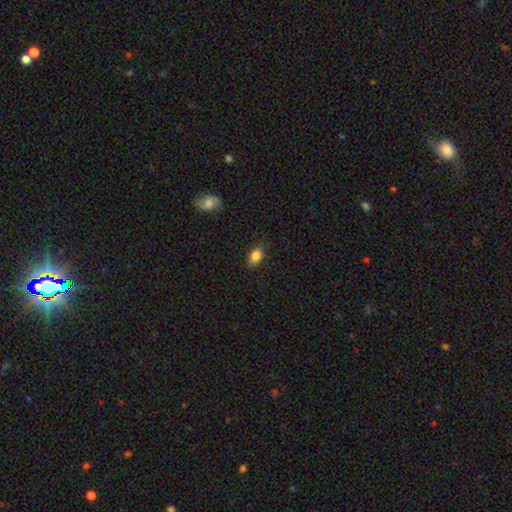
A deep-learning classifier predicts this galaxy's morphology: This is clearly a smooth galaxy (85%). How rounded: clearly in between (83%). Merging: clearly none (83%).